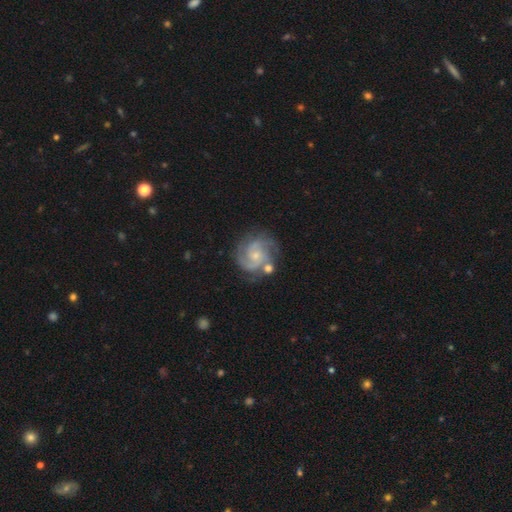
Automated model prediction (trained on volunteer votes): This is clearly a featured or disk galaxy (87%). It is clearly not viewed edge-on (98%). Bar: likely no (68%). Spiral arm pattern: clearly yes (97%). Spiral arm count: marginally 2 (39%). Spiral winding: possibly tight (46%). Central bulge: likely small (68%). Merging: likely none (68%).